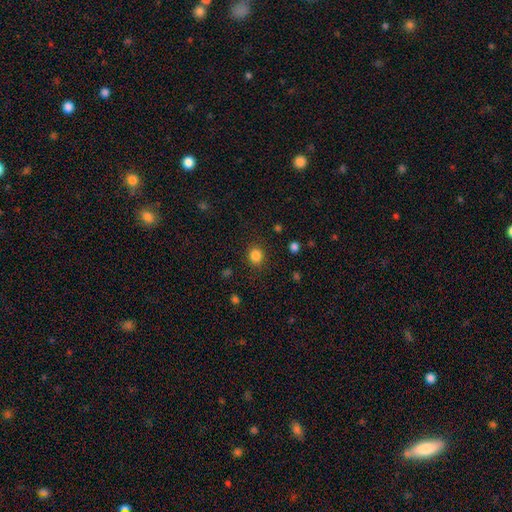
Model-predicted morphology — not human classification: type=smooth (84%); roundness=round (80%); merging=none (88%).